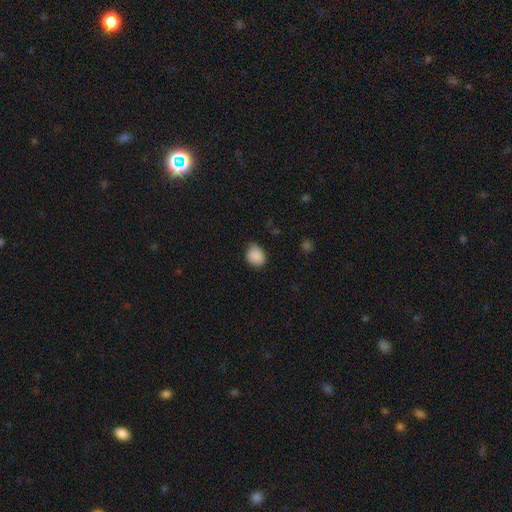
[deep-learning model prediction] Q: Smooth or featured?
A: smooth (87%); runner-up: star or artifact (8%)
Q: How rounded?
A: in between (50%); runner-up: round (49%)
Q: Merging?
A: none (65%); runner-up: minor disturbance (29%)